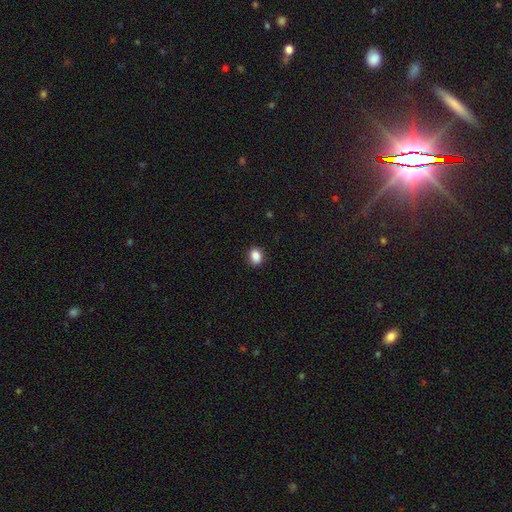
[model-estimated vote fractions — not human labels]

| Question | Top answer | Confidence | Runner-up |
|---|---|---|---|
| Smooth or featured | smooth | 87% | star or artifact (9%) |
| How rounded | in between | 57% | round (42%) |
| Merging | none | 90% | minor disturbance (7%) |